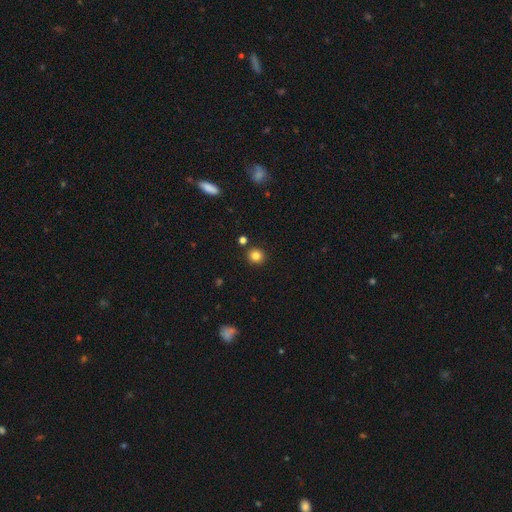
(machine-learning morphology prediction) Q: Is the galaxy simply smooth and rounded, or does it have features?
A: smooth — 83%.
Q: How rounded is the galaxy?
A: round — 91%.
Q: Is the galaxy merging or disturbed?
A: none — 89%.